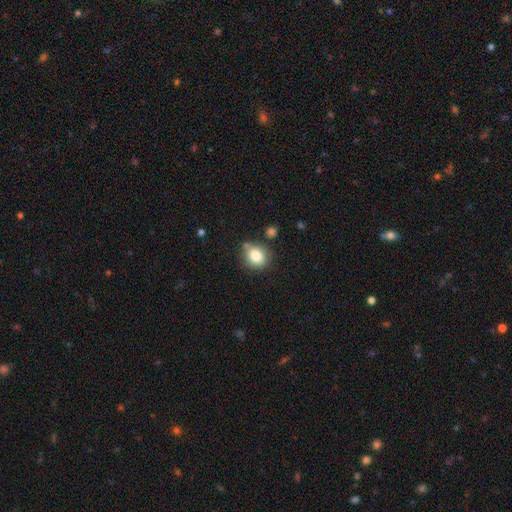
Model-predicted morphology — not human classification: smooth_or_featured: smooth (p=0.83) [alt: star or artifact p=0.09]
how_rounded: round (p=0.64) [alt: in between p=0.35]
merging: none (p=0.72) [alt: minor disturbance p=0.16]